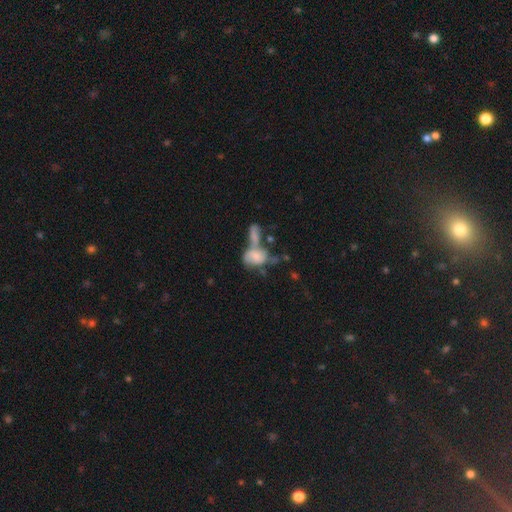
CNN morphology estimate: Smooth or featured? smooth (61%)
How rounded? in between (80%)
Merging? merger (60%)